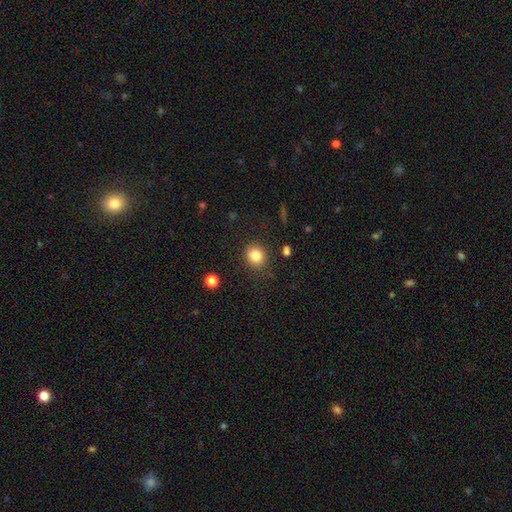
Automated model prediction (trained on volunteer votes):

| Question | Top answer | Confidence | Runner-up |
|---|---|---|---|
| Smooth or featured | smooth | 82% | star or artifact (11%) |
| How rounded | round | 82% | in between (17%) |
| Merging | none | 86% | minor disturbance (9%) |